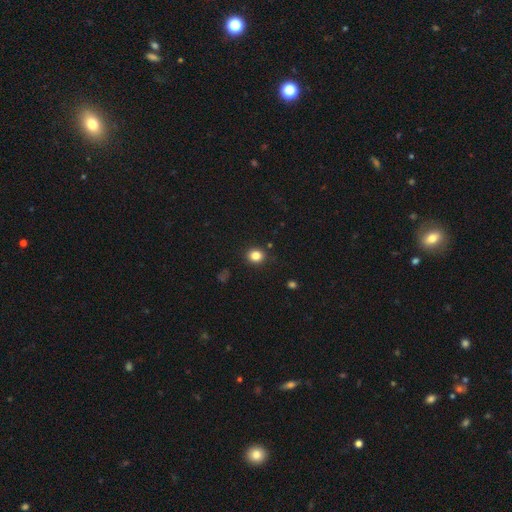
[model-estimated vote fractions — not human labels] Q: Smooth or featured?
A: smooth (84%); runner-up: star or artifact (12%)
Q: How rounded?
A: round (76%); runner-up: in between (23%)
Q: Merging?
A: none (89%); runner-up: minor disturbance (7%)